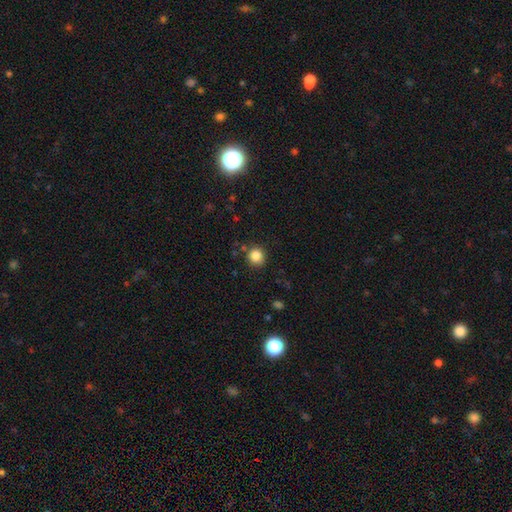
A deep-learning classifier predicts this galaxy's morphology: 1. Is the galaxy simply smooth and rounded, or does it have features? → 84% smooth, 11% star or artifact, 5% featured or disk.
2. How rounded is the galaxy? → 92% round, 7% in between, 1% cigar-shaped.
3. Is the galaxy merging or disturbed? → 85% none, 9% minor disturbance, 3% merger, 3% major disturbance.